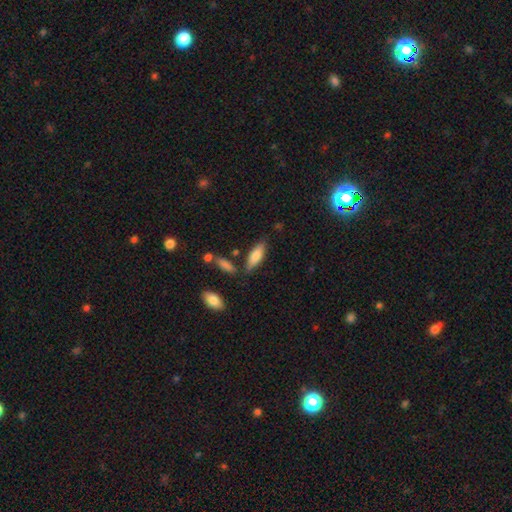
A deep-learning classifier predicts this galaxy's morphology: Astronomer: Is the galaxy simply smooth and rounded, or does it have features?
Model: smooth — 78%.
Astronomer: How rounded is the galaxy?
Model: in between — 60% (runner-up: cigar-shaped, 39%).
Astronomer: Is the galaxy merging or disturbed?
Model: none — 73%.